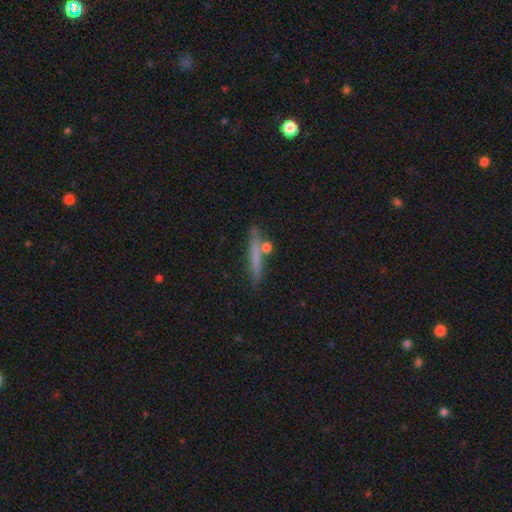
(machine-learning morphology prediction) A smooth galaxy with no disk features (59%) that is cigar-shaped (92%). Merging: none (78%).